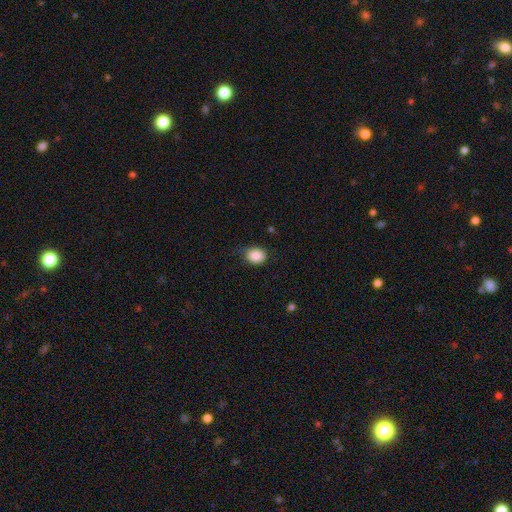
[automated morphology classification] Q: Smooth or featured?
A: smooth (87%); runner-up: star or artifact (8%)
Q: How rounded?
A: round (52%); runner-up: in between (47%)
Q: Merging?
A: none (69%); runner-up: minor disturbance (24%)